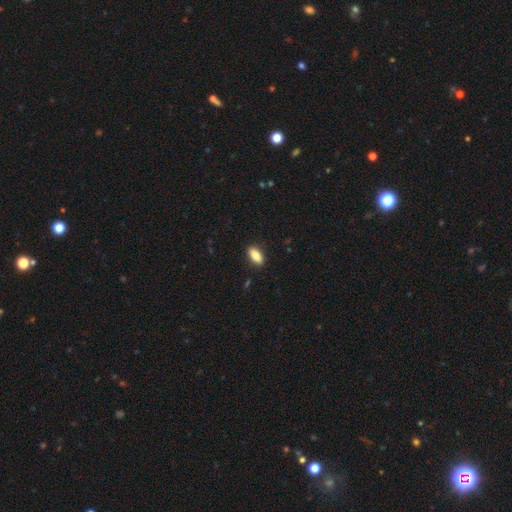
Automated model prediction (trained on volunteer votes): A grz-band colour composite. It shows a smooth galaxy with no disk features (86%) that is in between round and cigar-shaped (87%). Merging: none (88%).